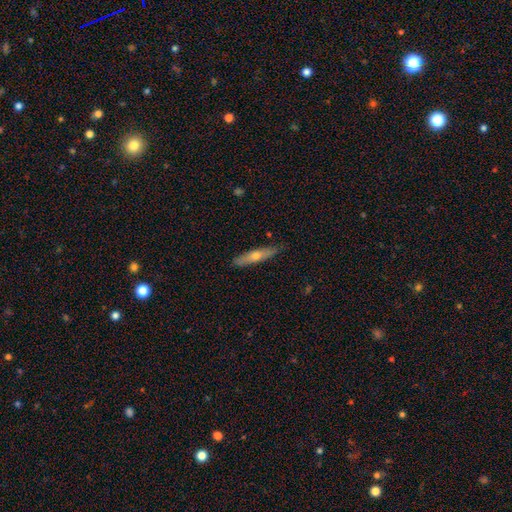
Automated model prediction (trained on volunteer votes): The model was most divided on "smooth or featured": smooth: 51%, featured or disk: 44%, star or artifact: 6%. More confident: merging — none (86%); how rounded — cigar-shaped (84%).